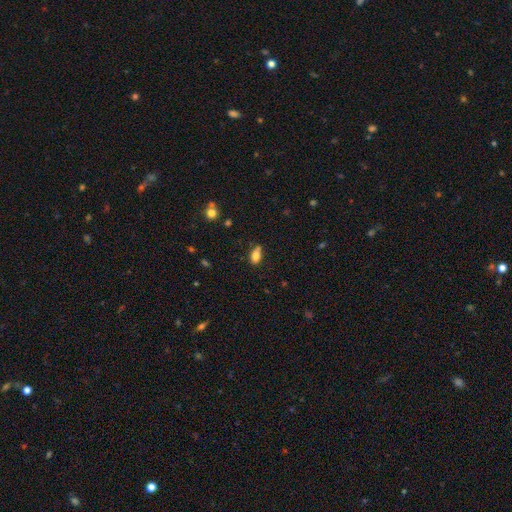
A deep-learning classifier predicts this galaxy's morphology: Smooth or featured?
  - smooth: 80% *
  - featured or disk: 10%
  - star or artifact: 10%
How rounded?
  - in between: 85% *
  - round: 8%
  - cigar-shaped: 7%
Merging?
  - none: 56% *
  - minor disturbance: 31%
  - major disturbance: 8%
  - merger: 5%